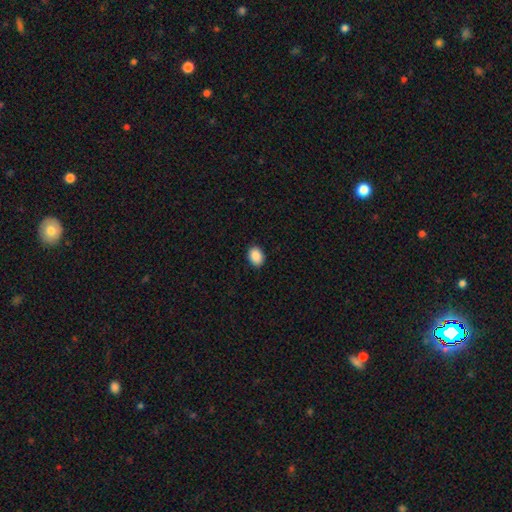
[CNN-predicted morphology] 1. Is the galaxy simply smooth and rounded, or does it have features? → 89% smooth, 8% star or artifact, 3% featured or disk.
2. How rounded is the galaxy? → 72% in between, 27% round, 1% cigar-shaped.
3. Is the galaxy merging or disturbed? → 89% none, 8% minor disturbance, 2% major disturbance, 1% merger.